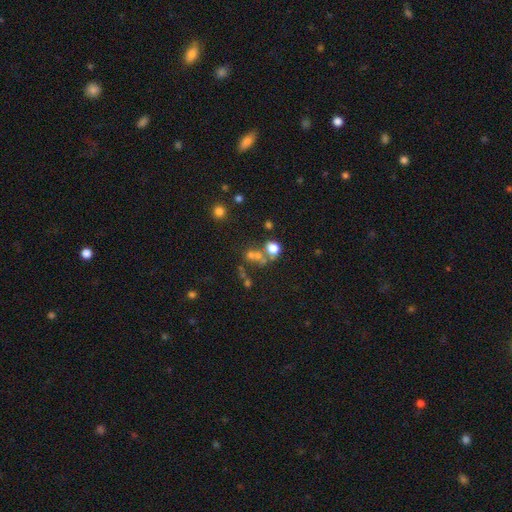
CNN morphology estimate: smooth_or_featured: smooth (p=0.58) [alt: star or artifact p=0.24]
how_rounded: round (p=0.71) [alt: in between p=0.27]
merging: merger (p=0.43) [alt: none p=0.38]